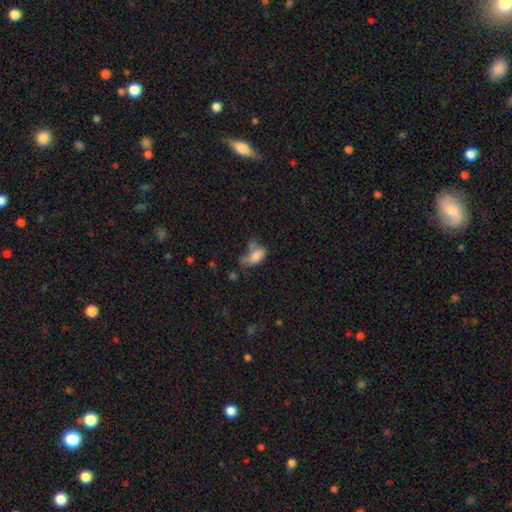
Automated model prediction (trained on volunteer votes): Smooth or featured: smooth — 74% (featured or disk — 16%)
How rounded: in between — 89% (round — 9%)
Merging: major disturbance — 29% (none — 25%)